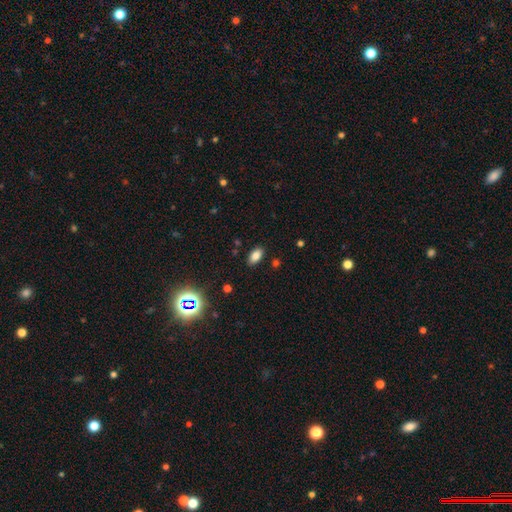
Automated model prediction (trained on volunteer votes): Smooth or featured?
  - smooth: 82% *
  - star or artifact: 11%
  - featured or disk: 7%
How rounded?
  - in between: 92% *
  - round: 5%
  - cigar-shaped: 4%
Merging?
  - none: 87% *
  - minor disturbance: 9%
  - major disturbance: 2%
  - merger: 2%